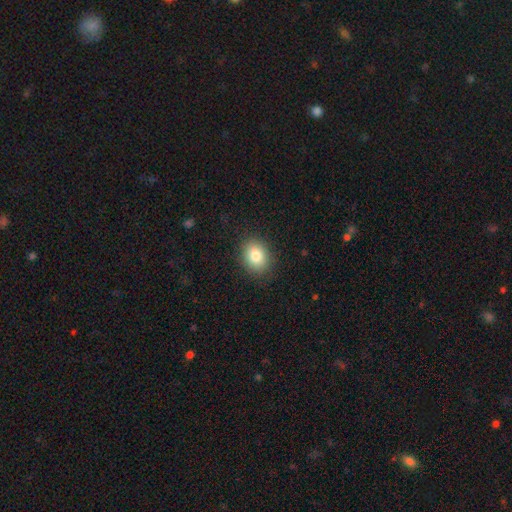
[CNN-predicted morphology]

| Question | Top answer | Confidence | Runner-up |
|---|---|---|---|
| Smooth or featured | smooth | 83% | star or artifact (9%) |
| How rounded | in between | 56% | round (43%) |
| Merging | none | 88% | minor disturbance (9%) |